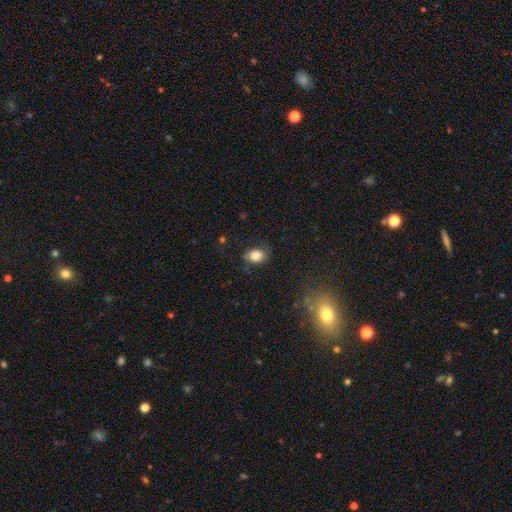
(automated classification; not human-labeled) smooth-or-featured: smooth: 81% | featured or disk: 10% | star or artifact: 9%
  how-rounded: in between: 71% | round: 28% | cigar-shaped: 1%
  merging: none: 73% | minor disturbance: 19% | major disturbance: 6% | merger: 2%